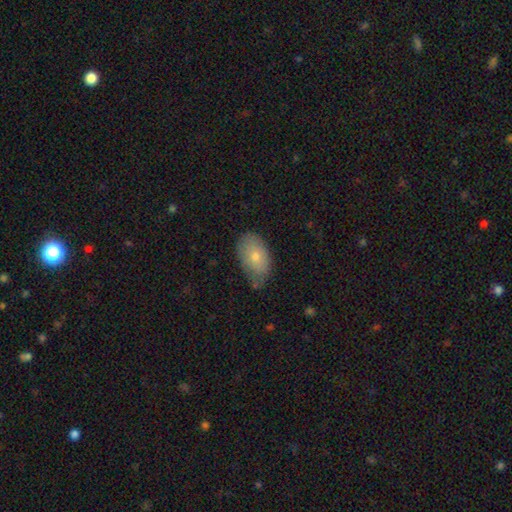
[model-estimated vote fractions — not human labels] Q: Smooth or featured?
A: smooth (73%); runner-up: featured or disk (19%)
Q: How rounded?
A: in between (90%); runner-up: round (8%)
Q: Merging?
A: none (65%); runner-up: minor disturbance (28%)